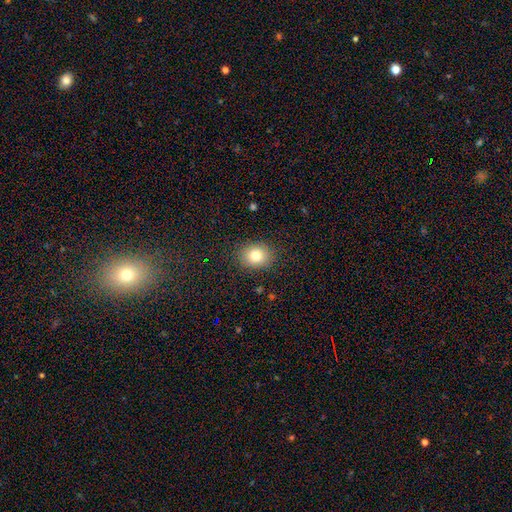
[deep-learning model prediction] smooth 80%, star or artifact 11%, featured or disk 9%. Down the decision tree: how rounded — round (58%); merging — none (87%).